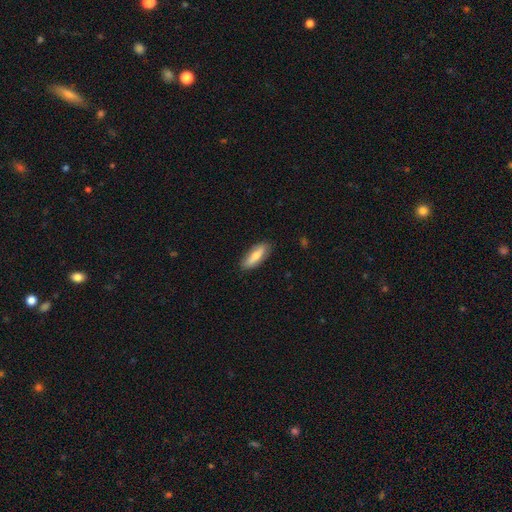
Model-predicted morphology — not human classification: type=smooth (68%); roundness=in between (61%); merging=none (86%).